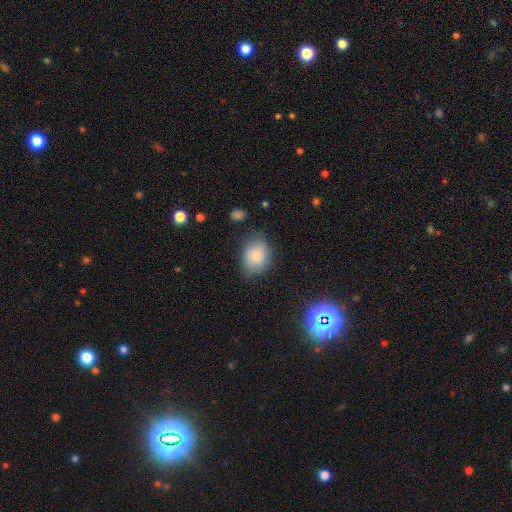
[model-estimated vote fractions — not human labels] Smooth or featured? Predicted: smooth (p=0.81). How rounded? Predicted: in between (p=0.64). Merging? Predicted: none (p=0.64).